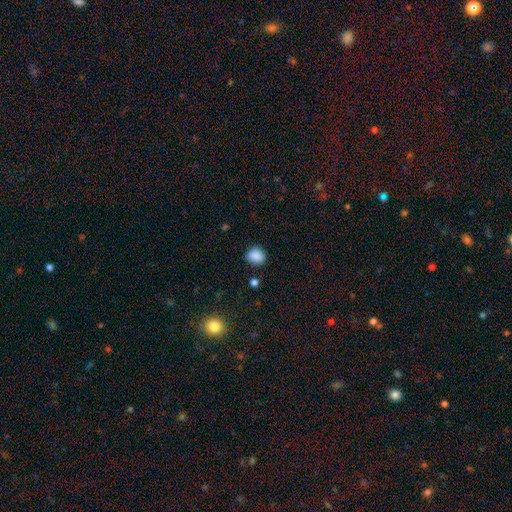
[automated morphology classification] smooth-or-featured: smooth: 86% | star or artifact: 9% | featured or disk: 4%
  how-rounded: round: 56% | in between: 43% | cigar-shaped: 1%
  merging: none: 79% | minor disturbance: 15% | major disturbance: 3% | merger: 2%